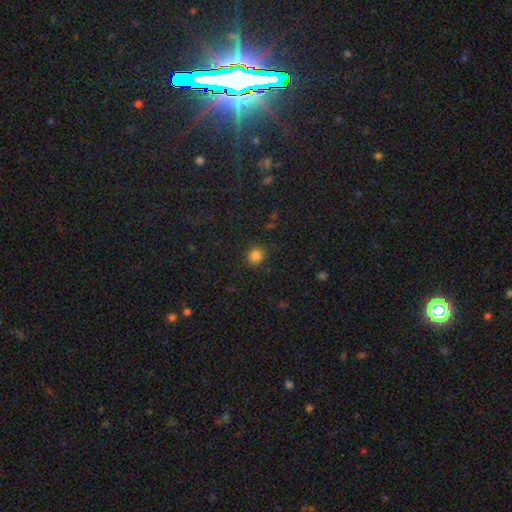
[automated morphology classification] smooth 83%, star or artifact 13%, featured or disk 4%. Down the decision tree: how rounded — round (81%); merging — none (88%).